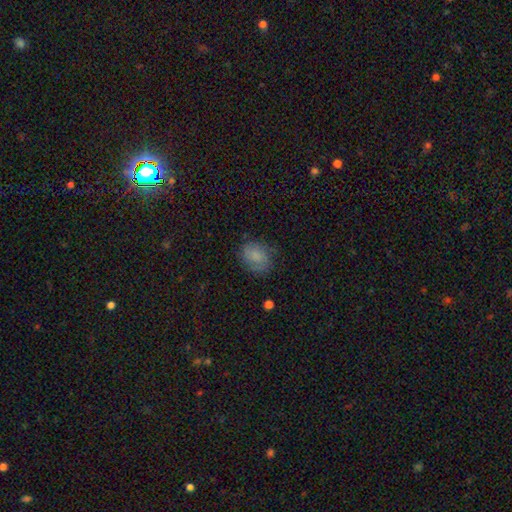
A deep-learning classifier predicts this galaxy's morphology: smooth-or-featured: smooth: 72% | featured or disk: 19% | star or artifact: 9%
  how-rounded: in between: 54% | round: 45% | cigar-shaped: 1%
  merging: none: 70% | minor disturbance: 21% | major disturbance: 7% | merger: 1%